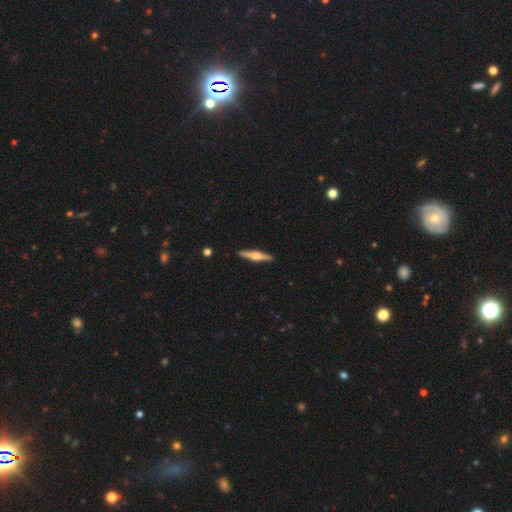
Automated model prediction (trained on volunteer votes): Q: Smooth or featured?
A: featured or disk (64%); runner-up: smooth (31%)
Q: Edge-on disk?
A: yes (98%); runner-up: no (2%)
Q: Edge-on bulge?
A: rounded (89%); runner-up: boxy (8%)
Q: Merging?
A: none (91%); runner-up: minor disturbance (6%)